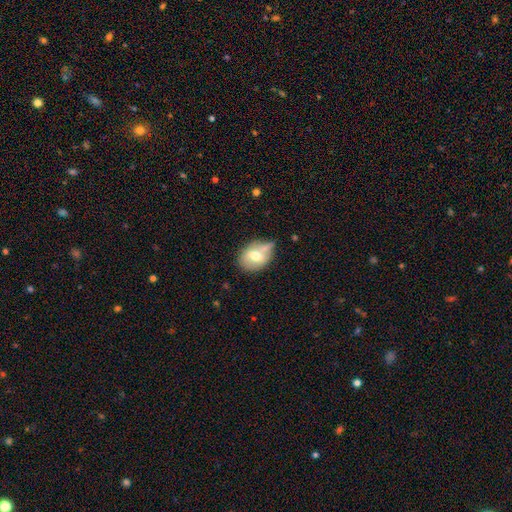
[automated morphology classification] Q: Smooth or featured?
A: smooth (59%); runner-up: featured or disk (33%)
Q: How rounded?
A: in between (59%); runner-up: round (39%)
Q: Merging?
A: none (46%); runner-up: minor disturbance (30%)